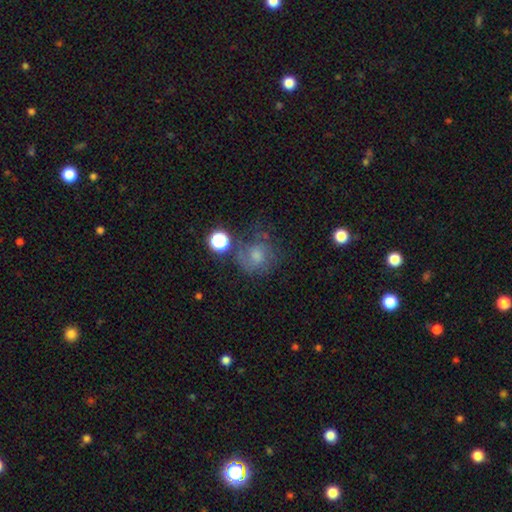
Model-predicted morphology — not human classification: Smooth or featured: smooth — 54% (featured or disk — 30%)
How rounded: round — 79% (in between — 20%)
Merging: none — 50% (minor disturbance — 22%)